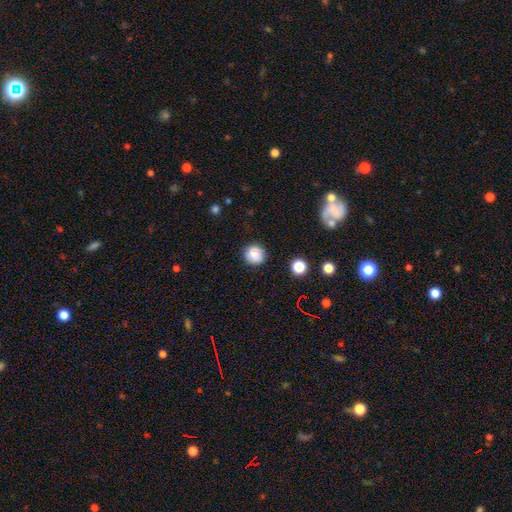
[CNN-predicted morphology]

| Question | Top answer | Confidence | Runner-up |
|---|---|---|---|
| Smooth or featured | smooth | 85% | star or artifact (10%) |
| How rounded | round | 92% | in between (7%) |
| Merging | none | 88% | minor disturbance (8%) |